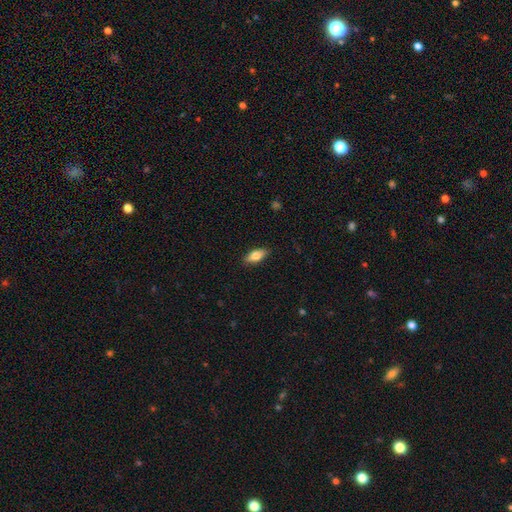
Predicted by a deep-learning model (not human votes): A smooth galaxy with no disk features (75%) that is in between round and cigar-shaped (81%).

Vote fractions:
- Smooth or featured? smooth: 75% / featured or disk: 18% / star or artifact: 7%
- How rounded? in between: 81% / cigar-shaped: 16% / round: 3%
- Merging? none: 88% / minor disturbance: 9% / major disturbance: 2% / merger: 1%